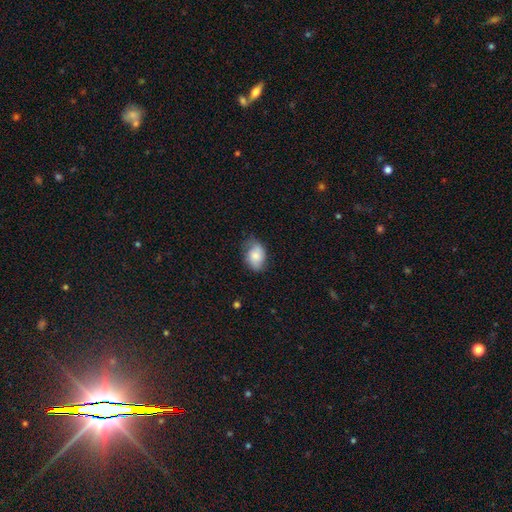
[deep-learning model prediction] The model was most divided on "merging": none: 65%, minor disturbance: 27%, major disturbance: 7%, merger: 1%. More confident: how rounded — in between (78%); smooth or featured — smooth (67%).